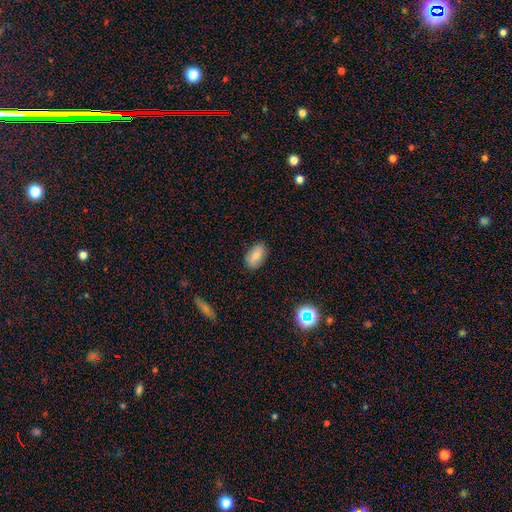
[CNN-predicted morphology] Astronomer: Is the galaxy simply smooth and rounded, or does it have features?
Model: smooth — 78%.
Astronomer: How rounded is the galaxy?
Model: in between — 89%.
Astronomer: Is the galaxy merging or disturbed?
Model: none — 84%.